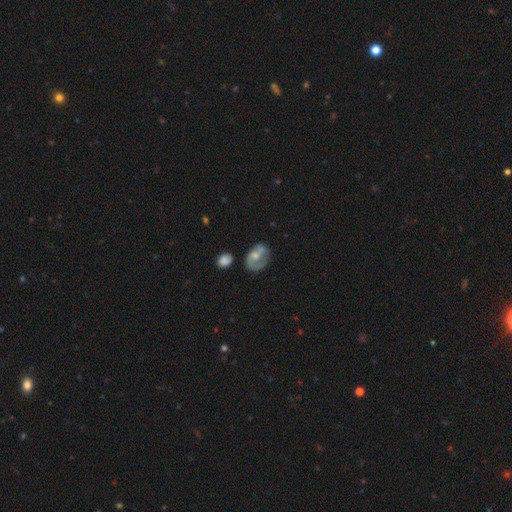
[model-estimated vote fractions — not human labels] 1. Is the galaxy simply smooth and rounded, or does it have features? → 53% featured or disk, 39% smooth, 8% star or artifact.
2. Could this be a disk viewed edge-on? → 97% no, 3% yes.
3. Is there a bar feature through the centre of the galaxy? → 67% no, 27% weak, 6% strong.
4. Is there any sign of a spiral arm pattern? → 64% yes, 36% no.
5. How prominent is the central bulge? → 50% moderate, 32% small, 10% none, 6% large, 1% dominant.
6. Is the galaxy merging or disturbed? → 46% none, 27% minor disturbance, 22% major disturbance, 6% merger.